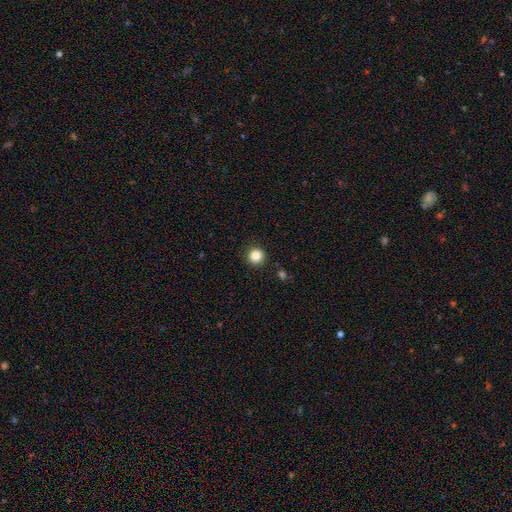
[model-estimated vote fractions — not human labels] Smooth or featured? Predicted: smooth (p=0.86). How rounded? Predicted: round (p=0.95). Merging? Predicted: none (p=0.92).